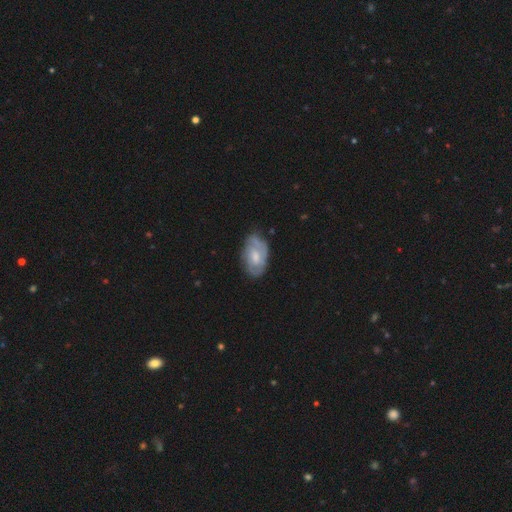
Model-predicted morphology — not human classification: Smooth or featured: featured or disk — 57% (smooth — 37%)
Edge-on disk: no — 95% (yes — 5%)
Bar: no — 55% (weak — 39%)
Spiral arms: yes — 72% (no — 28%)
Bulge size: moderate — 52% (small — 31%)
Merging: none — 65% (minor disturbance — 26%)